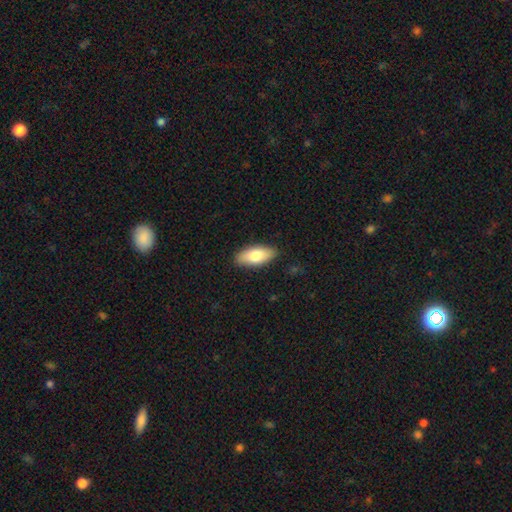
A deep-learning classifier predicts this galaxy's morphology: Smooth or featured: smooth — 76% (featured or disk — 18%)
How rounded: in between — 86% (cigar-shaped — 12%)
Merging: none — 88% (minor disturbance — 9%)